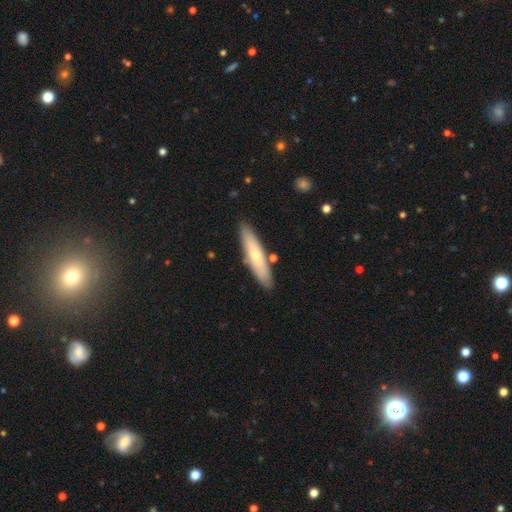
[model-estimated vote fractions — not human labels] This is possibly a smooth galaxy (58%). How rounded: clearly cigar-shaped (81%). Merging: clearly none (86%).